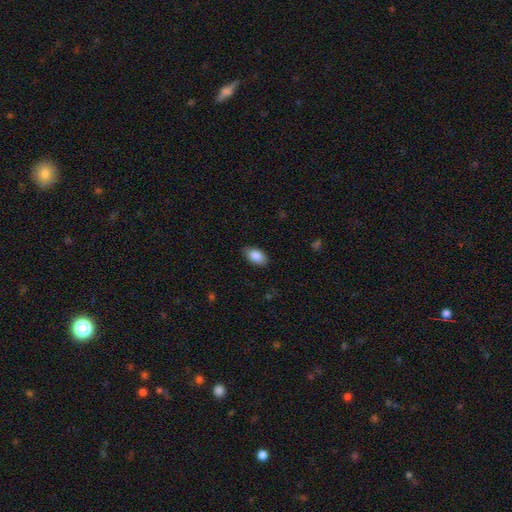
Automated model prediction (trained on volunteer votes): This appears to be a smooth galaxy with no disk features (88%) that is in between round and cigar-shaped (93%). Merging: none (83%).